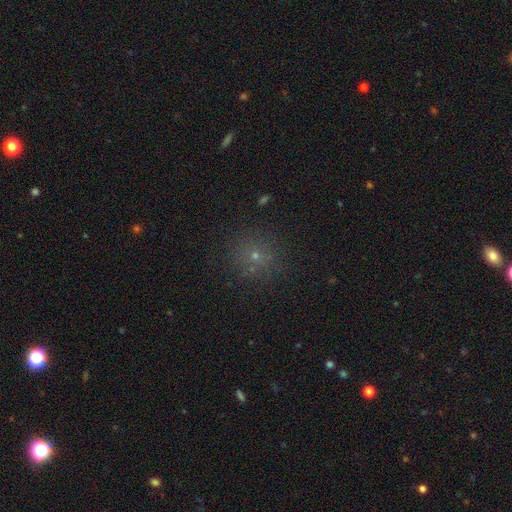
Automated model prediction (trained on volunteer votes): Smooth or featured?
  - smooth: 60% *
  - star or artifact: 31%
  - featured or disk: 10%
How rounded?
  - round: 91% *
  - in between: 8%
  - cigar-shaped: 1%
Merging?
  - none: 85% *
  - minor disturbance: 9%
  - major disturbance: 4%
  - merger: 2%